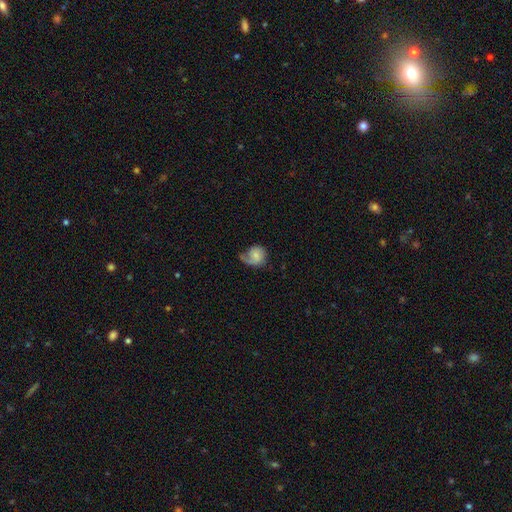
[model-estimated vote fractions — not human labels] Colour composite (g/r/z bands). It shows a featured or disk galaxy (52%) with no bar (70%), spiral arms (87%) and a small central bulge (54%). Merging: none (41%).